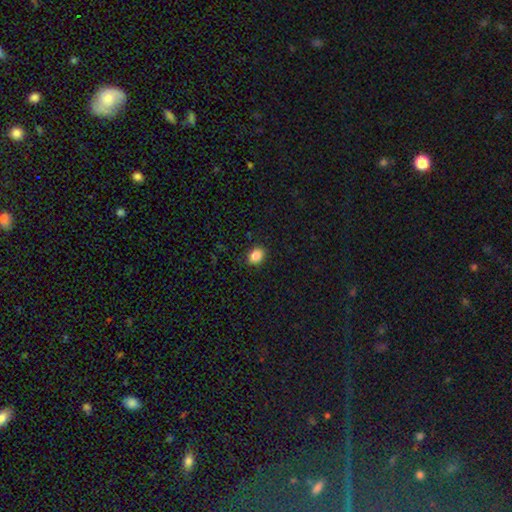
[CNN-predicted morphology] type=smooth (88%); roundness=in between (67%); merging=none (88%).